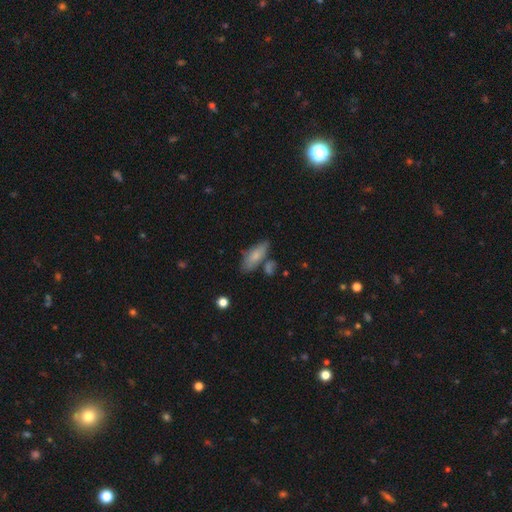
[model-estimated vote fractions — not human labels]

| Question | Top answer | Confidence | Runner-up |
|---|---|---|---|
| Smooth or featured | smooth | 76% | featured or disk (18%) |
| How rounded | in between | 70% | cigar-shaped (27%) |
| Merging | none | 65% | minor disturbance (18%) |